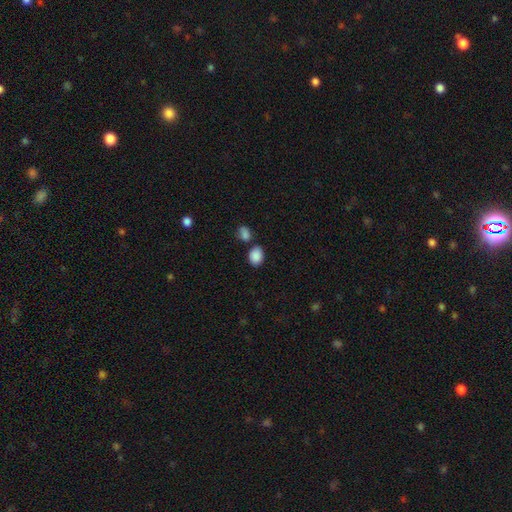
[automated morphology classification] Overall: smooth (88%). How rounded: in between (70%). Merging: none (70%).